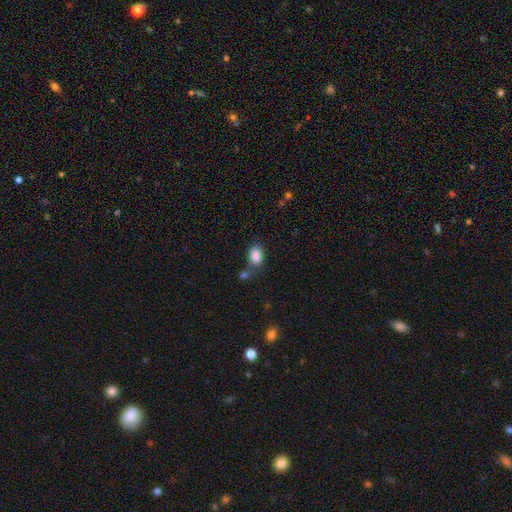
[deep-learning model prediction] Smooth or featured: smooth — 85% (star or artifact — 8%)
How rounded: in between — 82% (round — 17%)
Merging: none — 55% (merger — 21%)